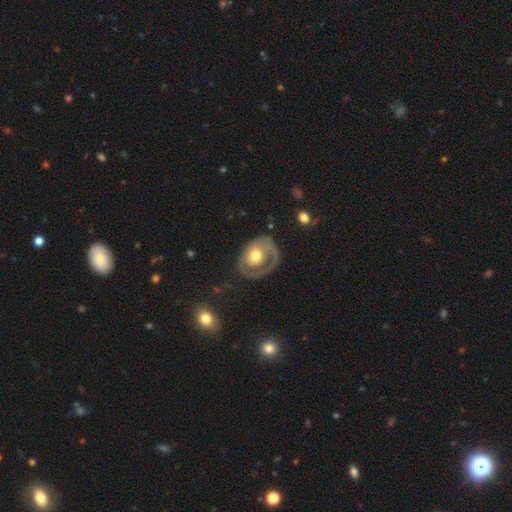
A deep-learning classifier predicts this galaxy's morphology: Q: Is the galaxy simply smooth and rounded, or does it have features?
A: featured or disk — 62%.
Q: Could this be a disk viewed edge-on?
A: no — 95%.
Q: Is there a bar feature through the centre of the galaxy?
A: no — 82%.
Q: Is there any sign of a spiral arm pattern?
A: yes — 50%, tied with no.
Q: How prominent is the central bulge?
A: moderate — 70%.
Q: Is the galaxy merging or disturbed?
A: none — 50%.